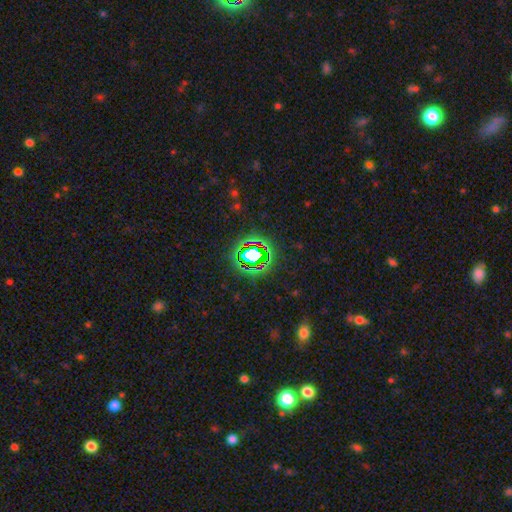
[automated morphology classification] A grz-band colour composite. It shows a star or artifact, not a galaxy (70%).